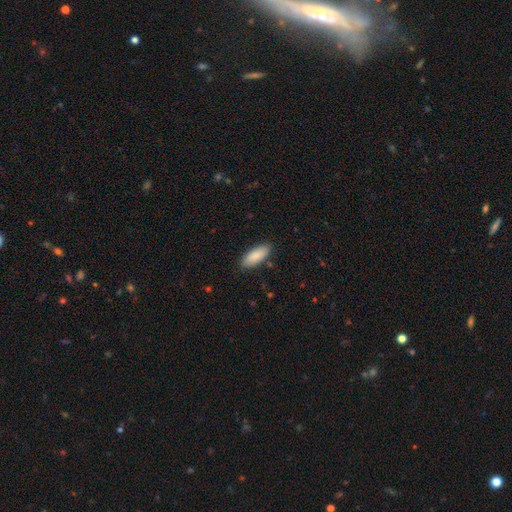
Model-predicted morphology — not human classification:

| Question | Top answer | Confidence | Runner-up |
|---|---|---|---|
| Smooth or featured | smooth | 89% | featured or disk (6%) |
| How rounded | in between | 79% | cigar-shaped (19%) |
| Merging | none | 86% | minor disturbance (10%) |